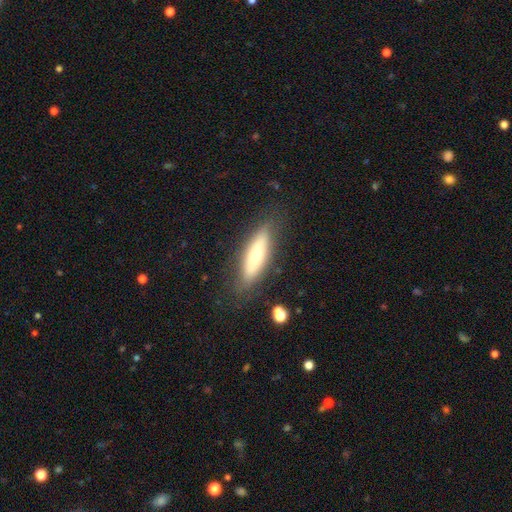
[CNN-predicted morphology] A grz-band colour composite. It shows a smooth galaxy with no disk features (56%) that is cigar-shaped (57%). Merging: none (79%).